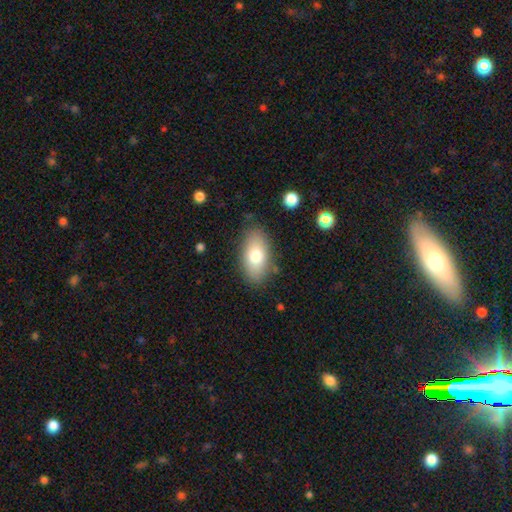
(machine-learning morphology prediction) The model was most divided on "smooth or featured": smooth: 74%, featured or disk: 18%, star or artifact: 8%. More confident: how rounded — in between (91%); merging — none (84%).